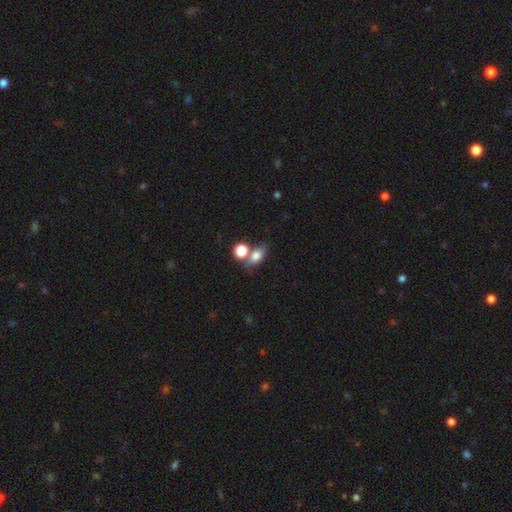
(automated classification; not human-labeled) This is likely a smooth galaxy (78%). How rounded: likely in between (70%). Merging: possibly none (49%).